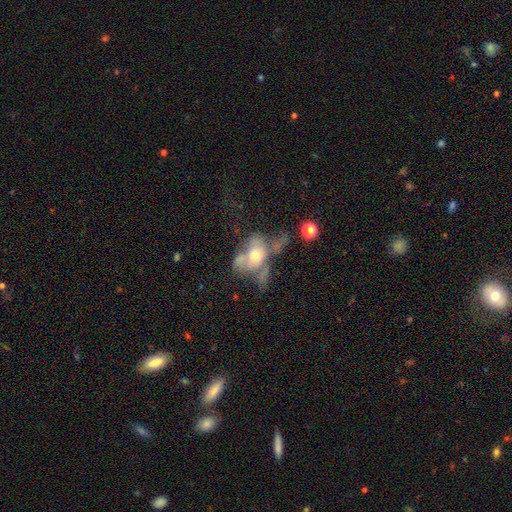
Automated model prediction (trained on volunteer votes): A featured or disk galaxy (51%). Merging: merger (37%).